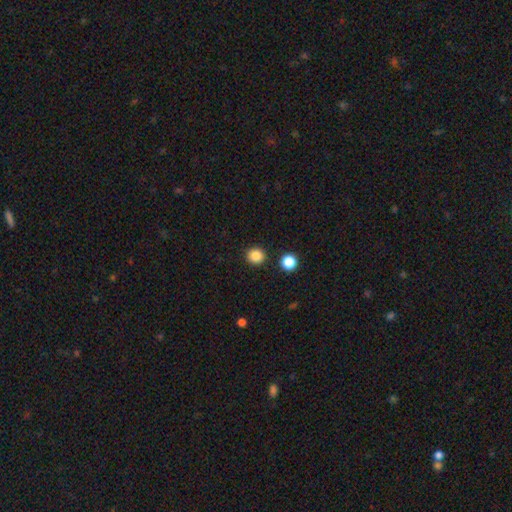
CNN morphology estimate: Q: Smooth or featured?
A: smooth (85%); runner-up: star or artifact (11%)
Q: How rounded?
A: round (91%); runner-up: in between (8%)
Q: Merging?
A: none (91%); runner-up: minor disturbance (5%)